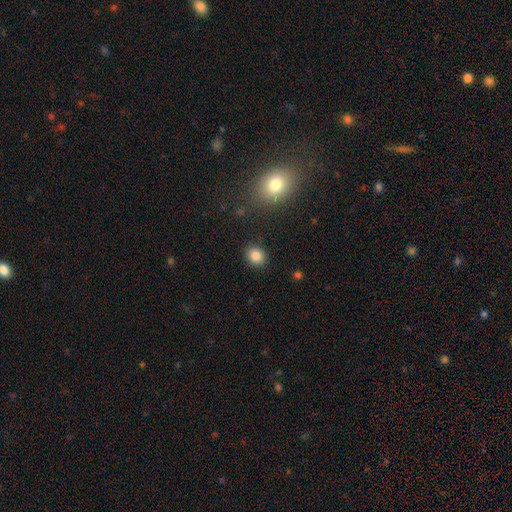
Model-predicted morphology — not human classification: type=smooth (85%); roundness=round (65%); merging=none (88%).